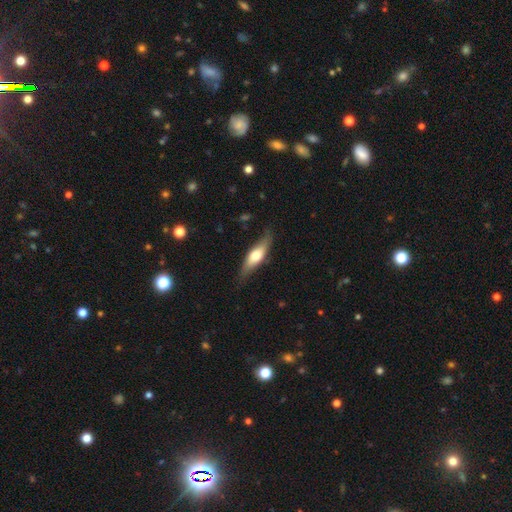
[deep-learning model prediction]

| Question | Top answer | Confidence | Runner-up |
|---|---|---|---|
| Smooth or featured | smooth | 54% | featured or disk (40%) |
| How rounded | cigar-shaped | 55% | in between (43%) |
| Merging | none | 77% | minor disturbance (18%) |